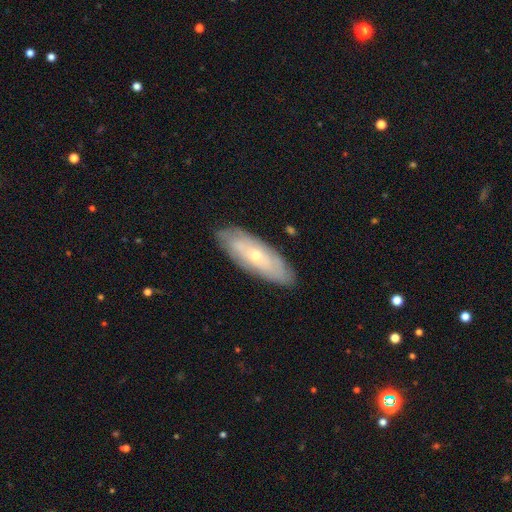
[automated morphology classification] A featured or disk galaxy (60%).

Vote fractions:
- Smooth or featured? featured or disk: 60% / smooth: 34% / star or artifact: 6%
- Edge-on disk? no: 77% / yes: 23%
- Merging? none: 84% / minor disturbance: 13% / major disturbance: 3% / merger: 1%